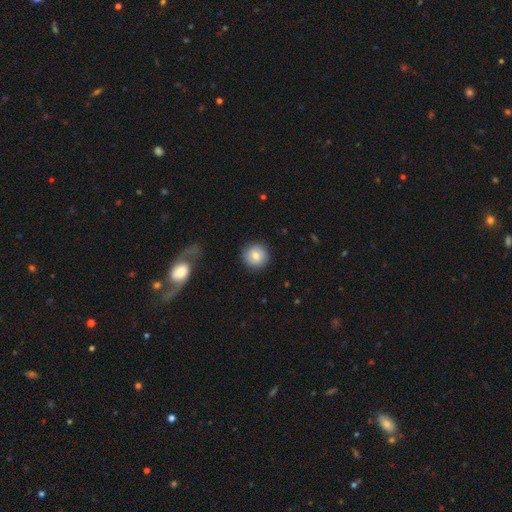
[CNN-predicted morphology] Smooth or featured? smooth (77%)
How rounded? round (93%)
Merging? none (87%)